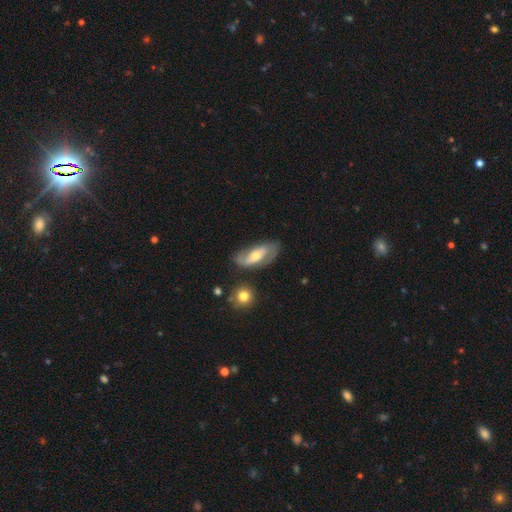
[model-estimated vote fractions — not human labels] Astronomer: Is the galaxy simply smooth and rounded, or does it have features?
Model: featured or disk — 67%.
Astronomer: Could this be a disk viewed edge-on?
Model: no — 90%.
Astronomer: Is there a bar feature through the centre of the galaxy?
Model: no — 40% (runner-up: weak, 36%).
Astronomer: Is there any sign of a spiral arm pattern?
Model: yes — 84%.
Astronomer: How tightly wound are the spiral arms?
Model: medium — 39% (runner-up: loose, 35%).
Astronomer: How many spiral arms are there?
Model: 2 — 73%.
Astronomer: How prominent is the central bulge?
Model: moderate — 58% (runner-up: small, 34%).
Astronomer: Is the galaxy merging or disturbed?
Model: none — 66%.